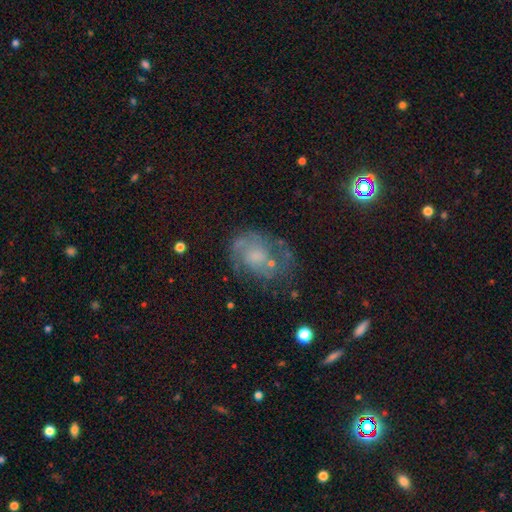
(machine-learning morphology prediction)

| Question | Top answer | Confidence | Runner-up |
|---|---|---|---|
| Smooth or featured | featured or disk | 63% | smooth (23%) |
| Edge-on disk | no | 97% | yes (3%) |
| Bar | no | 73% | weak (23%) |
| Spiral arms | yes | 77% | no (23%) |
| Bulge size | small | 34% | moderate (33%) |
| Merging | none | 56% | minor disturbance (23%) |